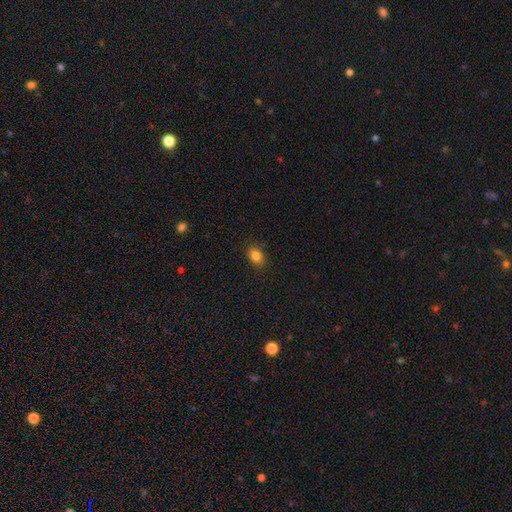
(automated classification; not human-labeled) Smooth or featured? smooth (85%)
How rounded? in between (74%)
Merging? none (87%)